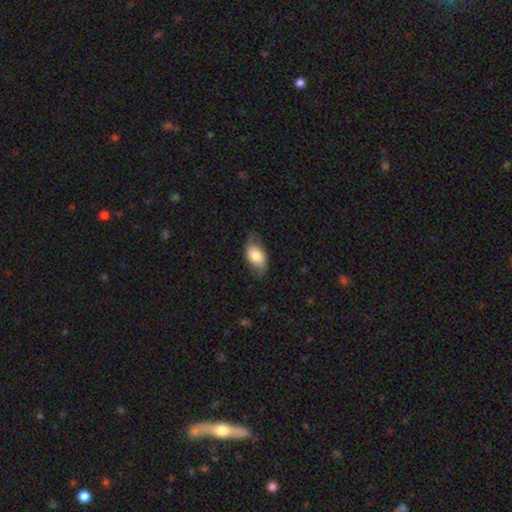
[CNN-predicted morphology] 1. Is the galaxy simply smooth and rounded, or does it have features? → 76% smooth, 18% featured or disk, 6% star or artifact.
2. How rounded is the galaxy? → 93% in between, 5% round, 3% cigar-shaped.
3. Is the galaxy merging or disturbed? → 69% none, 24% minor disturbance, 6% major disturbance, 1% merger.